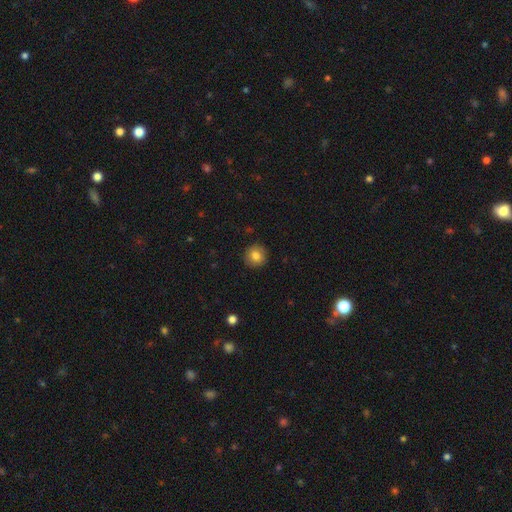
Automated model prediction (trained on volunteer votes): Morphology: type=smooth (82%); roundness=round (94%); merging=none (91%).